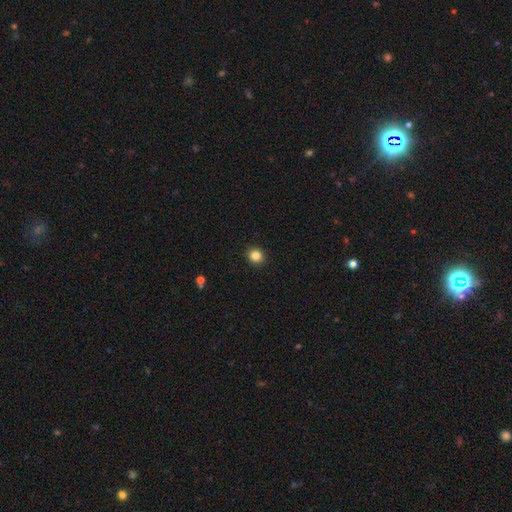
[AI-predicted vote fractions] smooth_or_featured: smooth (p=0.84) [alt: star or artifact p=0.11]
how_rounded: round (p=0.88) [alt: in between p=0.11]
merging: none (p=0.93) [alt: minor disturbance p=0.05]